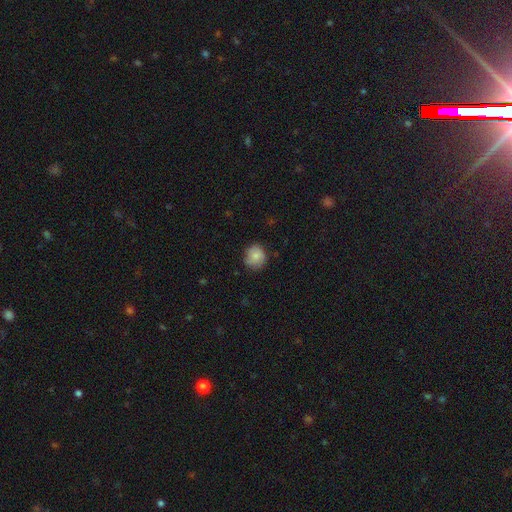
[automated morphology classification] Smooth or featured? Predicted: smooth (p=0.83). How rounded? Predicted: round (p=0.85). Merging? Predicted: none (p=0.74).